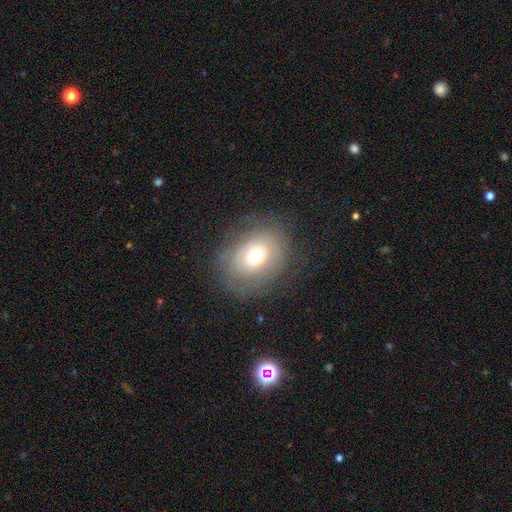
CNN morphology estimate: Smooth or featured: smooth — 50% (featured or disk — 39%)
Merging: none — 72% (minor disturbance — 18%)